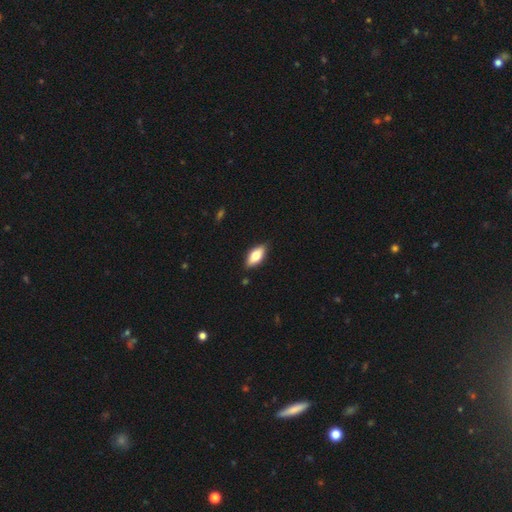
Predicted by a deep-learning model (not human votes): Q: Smooth or featured?
A: smooth (72%); runner-up: featured or disk (22%)
Q: How rounded?
A: in between (86%); runner-up: cigar-shaped (12%)
Q: Merging?
A: none (86%); runner-up: minor disturbance (11%)